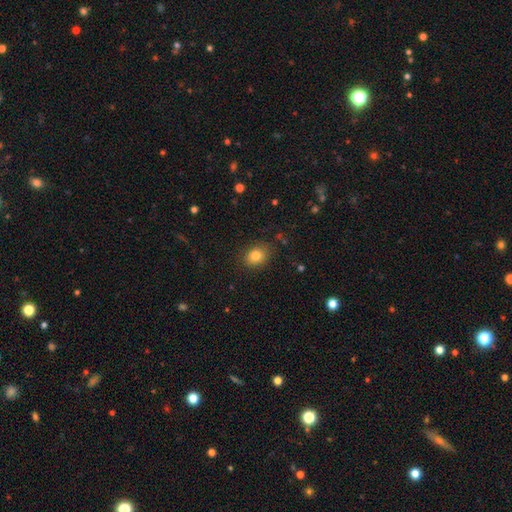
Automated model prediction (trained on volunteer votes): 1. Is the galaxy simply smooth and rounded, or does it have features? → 81% smooth, 11% star or artifact, 8% featured or disk.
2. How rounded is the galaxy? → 52% in between, 47% round, 1% cigar-shaped.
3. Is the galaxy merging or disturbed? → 85% none, 11% minor disturbance, 3% major disturbance, 1% merger.